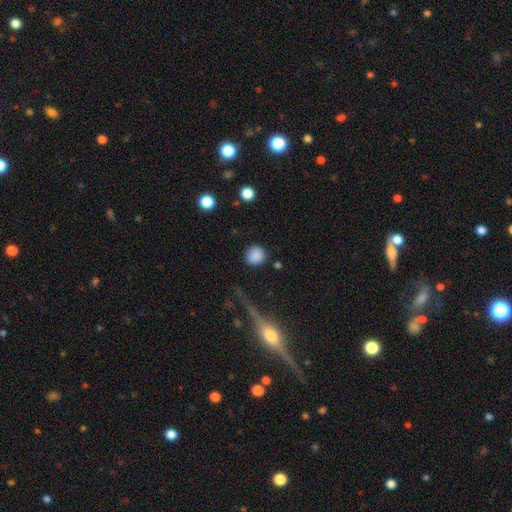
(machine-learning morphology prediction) Smooth or featured? smooth (86%)
How rounded? round (89%)
Merging? none (85%)